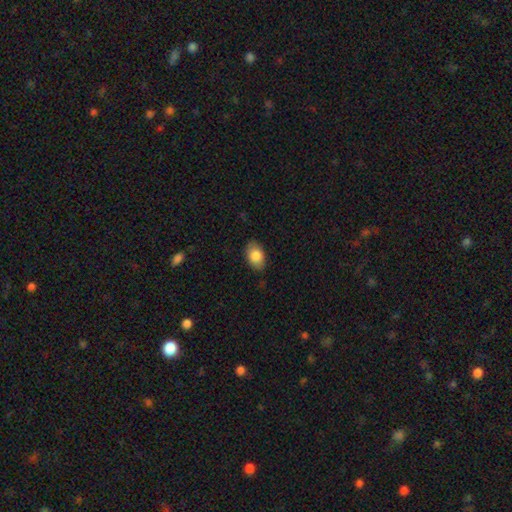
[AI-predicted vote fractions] Morphology: type=smooth (85%); roundness=in between (88%); merging=none (83%).